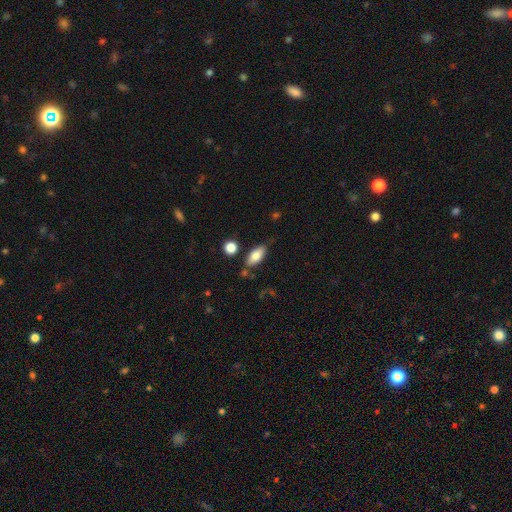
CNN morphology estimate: This is clearly a smooth galaxy (81%). How rounded: clearly in between (86%). Merging: likely none (76%).